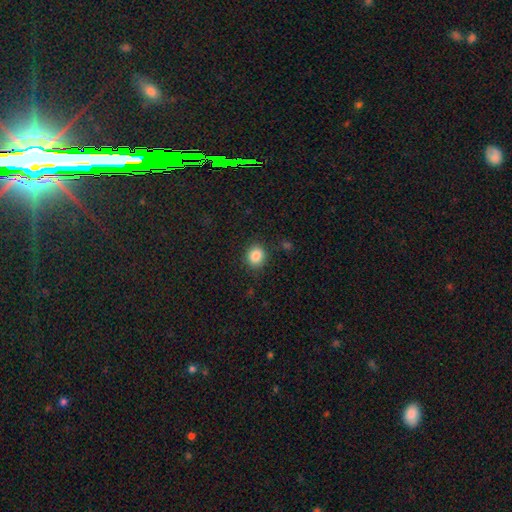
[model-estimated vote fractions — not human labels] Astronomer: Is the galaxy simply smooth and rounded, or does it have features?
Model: smooth — 85%.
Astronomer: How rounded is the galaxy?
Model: round — 78%.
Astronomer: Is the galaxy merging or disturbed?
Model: none — 87%.